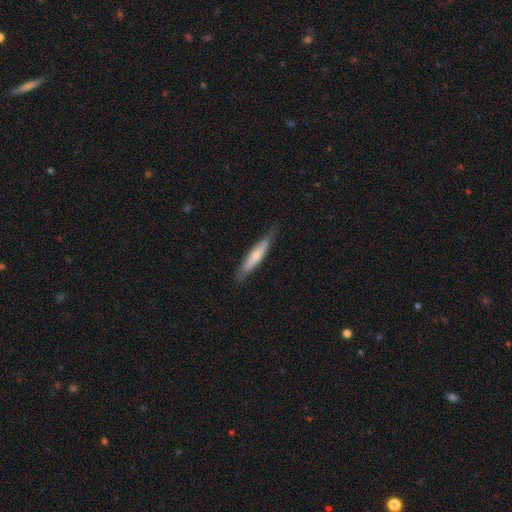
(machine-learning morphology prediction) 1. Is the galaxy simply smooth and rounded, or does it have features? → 62% smooth, 32% featured or disk, 5% star or artifact.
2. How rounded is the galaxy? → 89% cigar-shaped, 10% in between, 1% round.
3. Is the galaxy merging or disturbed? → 81% none, 15% minor disturbance, 2% major disturbance, 1% merger.